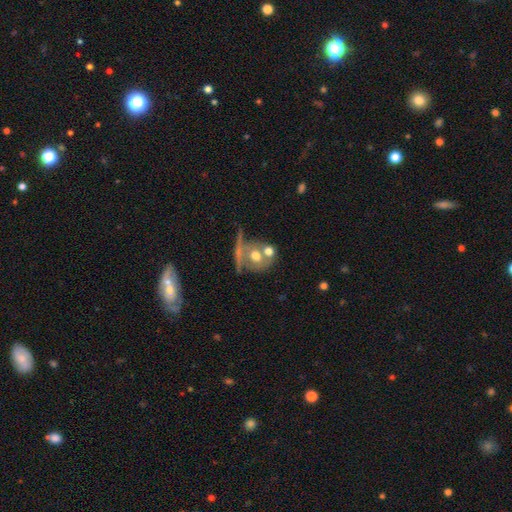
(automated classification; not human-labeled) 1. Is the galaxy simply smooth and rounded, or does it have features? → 53% smooth, 37% featured or disk, 10% star or artifact.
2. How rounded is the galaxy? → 75% round, 23% in between, 3% cigar-shaped.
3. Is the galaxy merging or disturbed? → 41% merger, 34% none, 12% major disturbance, 12% minor disturbance.